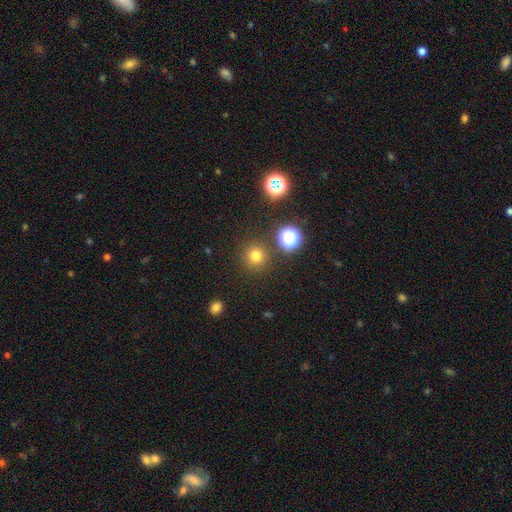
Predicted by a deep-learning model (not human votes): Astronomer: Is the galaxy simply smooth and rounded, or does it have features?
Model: smooth — 74%.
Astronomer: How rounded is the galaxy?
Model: round — 95%.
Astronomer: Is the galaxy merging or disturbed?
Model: none — 88%.